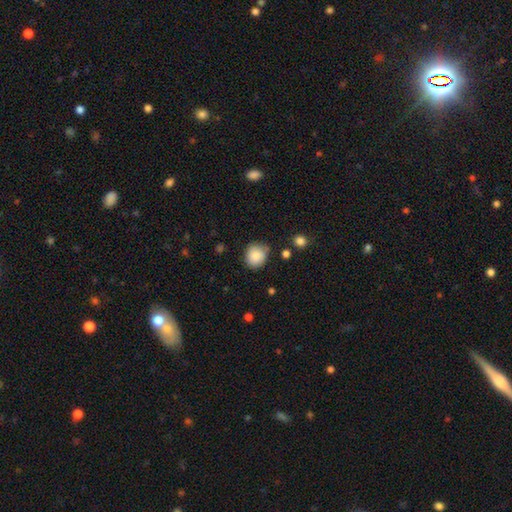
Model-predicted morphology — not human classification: A smooth galaxy with no disk features (86%) that is round (79%).

Vote fractions:
- Smooth or featured? smooth: 86% / star or artifact: 9% / featured or disk: 5%
- How rounded? round: 79% / in between: 20% / cigar-shaped: 1%
- Merging? none: 75% / minor disturbance: 18% / major disturbance: 4% / merger: 3%